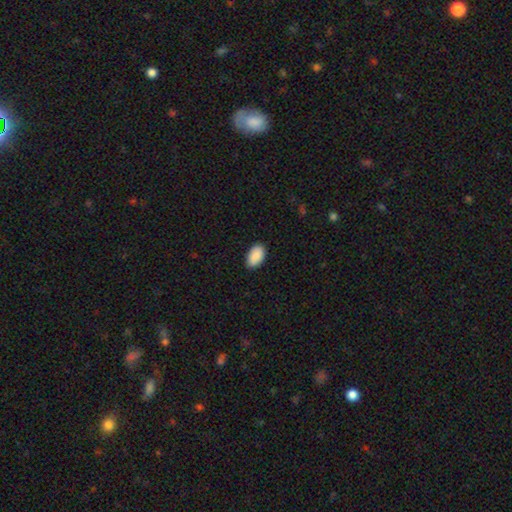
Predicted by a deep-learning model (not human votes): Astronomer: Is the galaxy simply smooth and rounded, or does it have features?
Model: smooth — 90%.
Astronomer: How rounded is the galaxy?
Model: in between — 95%.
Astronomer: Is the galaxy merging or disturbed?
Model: none — 88%.